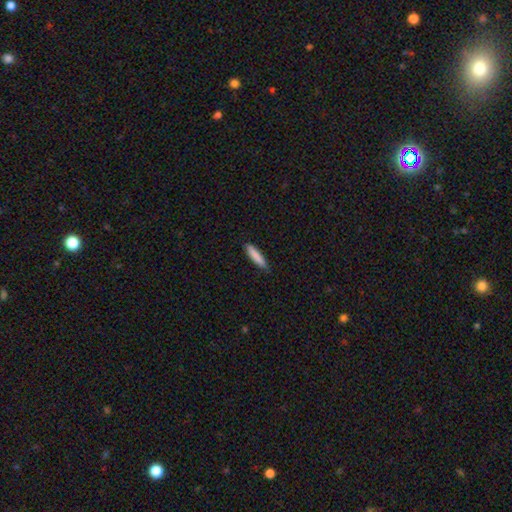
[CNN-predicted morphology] The model was most divided on "how rounded": cigar-shaped: 84%, in between: 15%, round: 1%. More confident: smooth or featured — smooth (85%); merging — none (84%).